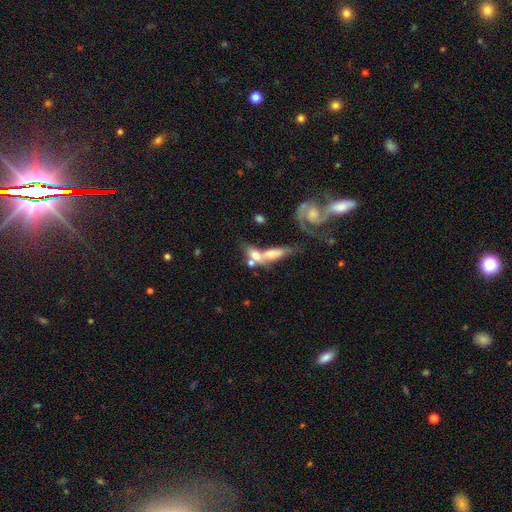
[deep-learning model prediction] Smooth or featured: smooth — 52% (featured or disk — 38%)
How rounded: in between — 55% (cigar-shaped — 34%)
Merging: merger — 60% (none — 19%)